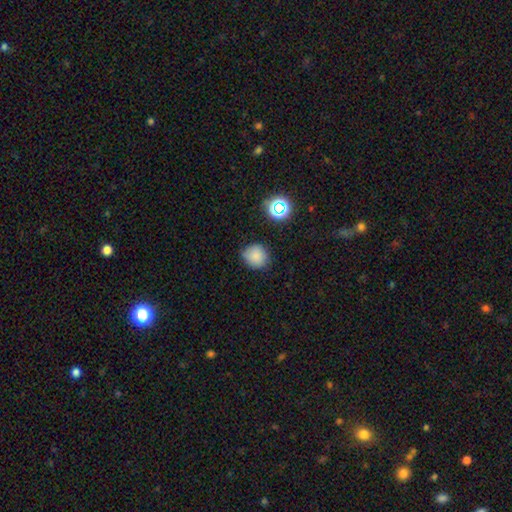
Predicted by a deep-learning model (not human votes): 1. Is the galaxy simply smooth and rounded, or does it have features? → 80% smooth, 14% star or artifact, 6% featured or disk.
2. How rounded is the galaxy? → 82% round, 17% in between, 1% cigar-shaped.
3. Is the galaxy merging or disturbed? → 75% none, 20% minor disturbance, 4% major disturbance, 2% merger.